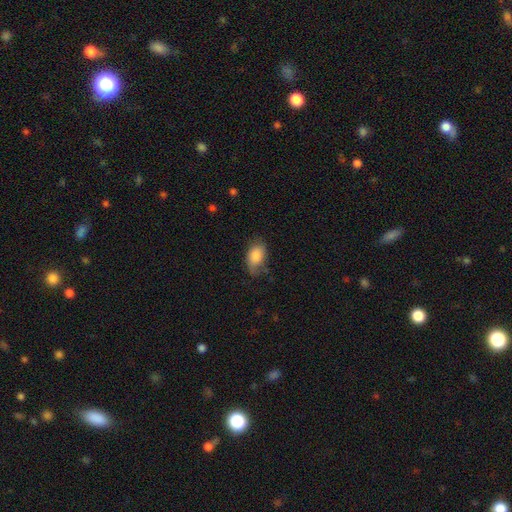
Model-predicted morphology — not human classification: Smooth or featured? smooth (81%)
How rounded? in between (90%)
Merging? none (59%)